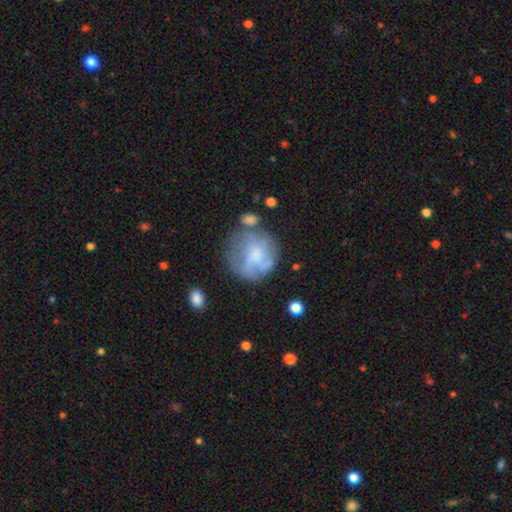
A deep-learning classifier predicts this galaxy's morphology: The model was most divided on "bulge size": moderate: 32%, none: 31%, small: 29%, large: 7%, dominant: 2%. More confident: edge-on disk — no (97%); bar — no (69%); spiral arms — yes (55%); merging — none (54%); smooth or featured — featured or disk (53%).